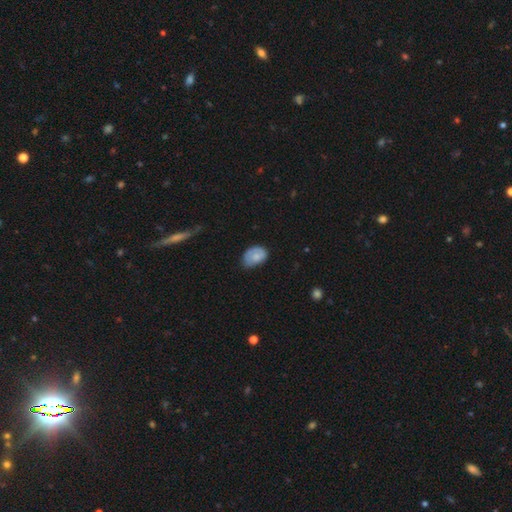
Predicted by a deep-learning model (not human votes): smooth 69%, featured or disk 23%, star or artifact 7%. Down the decision tree: how rounded — in between (82%); merging — none (51%).